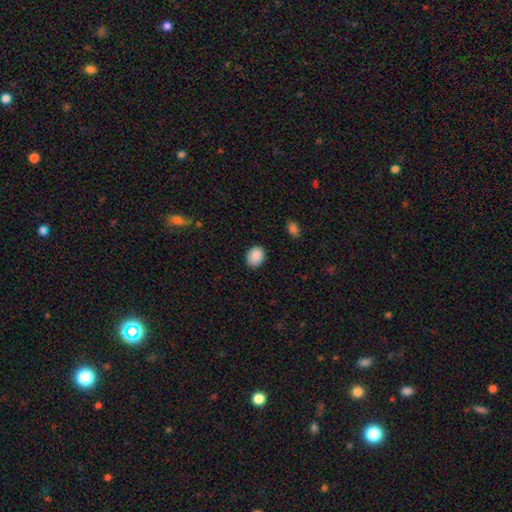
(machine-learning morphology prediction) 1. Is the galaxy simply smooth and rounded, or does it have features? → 89% smooth, 8% star or artifact, 4% featured or disk.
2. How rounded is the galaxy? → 51% round, 48% in between, 1% cigar-shaped.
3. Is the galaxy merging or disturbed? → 86% none, 10% minor disturbance, 2% major disturbance, 1% merger.